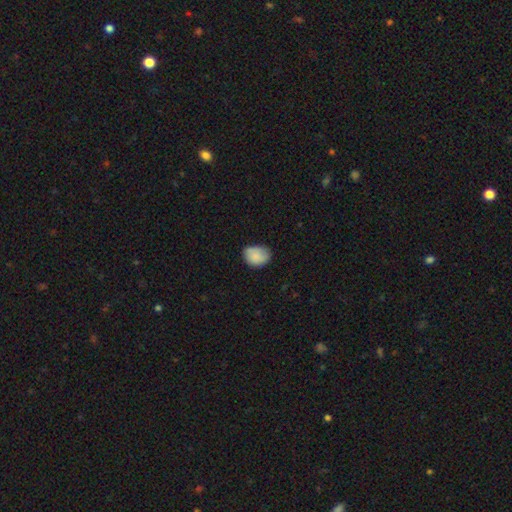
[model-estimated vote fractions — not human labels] This appears to be a smooth galaxy with no disk features (83%) that is in between round and cigar-shaped (56%). Merging: none (61%).